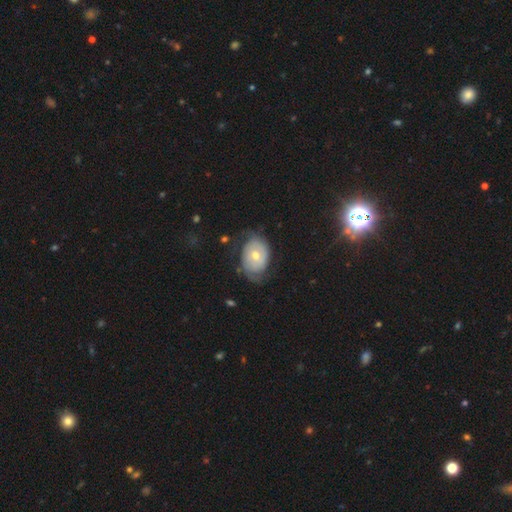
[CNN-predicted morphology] Q: Smooth or featured?
A: featured or disk (55%); runner-up: smooth (35%)
Q: Edge-on disk?
A: no (94%); runner-up: yes (6%)
Q: Bar?
A: no (80%); runner-up: weak (16%)
Q: Spiral arms?
A: yes (62%); runner-up: no (38%)
Q: Bulge size?
A: moderate (62%); runner-up: small (33%)
Q: Merging?
A: none (57%); runner-up: minor disturbance (26%)